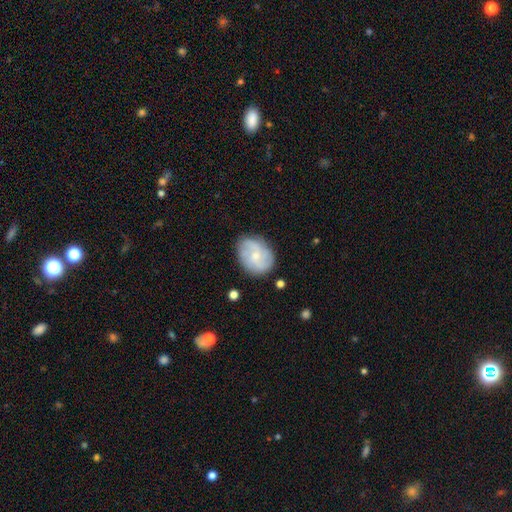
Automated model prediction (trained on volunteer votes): The model was most divided on "smooth or featured": featured or disk: 57%, smooth: 36%, star or artifact: 7%. More confident: edge-on disk — no (97%); spiral arms — yes (83%); merging — none (76%); bar — no (67%); bulge size — small (63%).